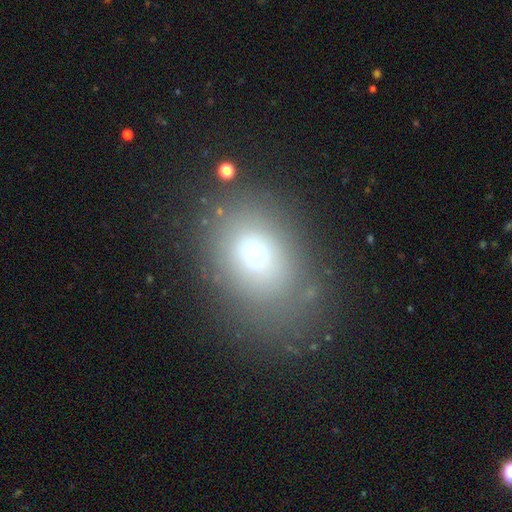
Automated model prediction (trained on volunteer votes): Q: Smooth or featured?
A: smooth (63%); runner-up: star or artifact (18%)
Q: How rounded?
A: in between (62%); runner-up: round (37%)
Q: Merging?
A: none (73%); runner-up: minor disturbance (15%)